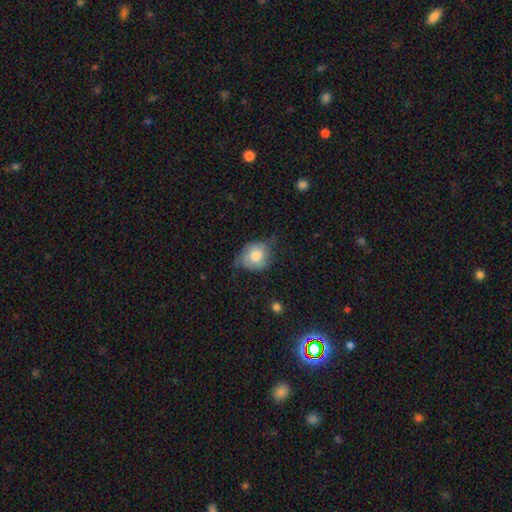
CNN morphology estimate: This is likely a smooth galaxy (66%). How rounded: likely round (63%). Merging: possibly none (45%).